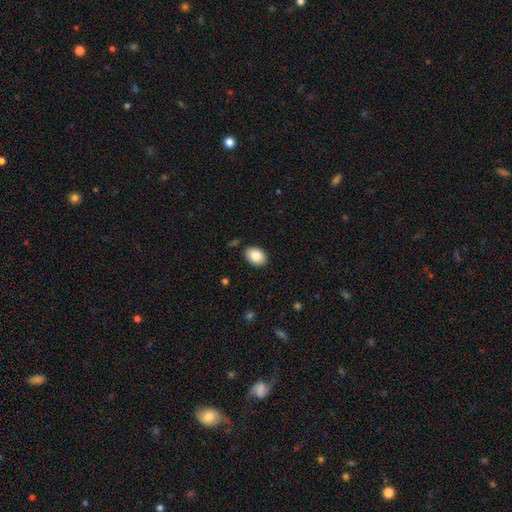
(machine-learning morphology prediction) Q: Smooth or featured?
A: smooth (86%); runner-up: star or artifact (7%)
Q: How rounded?
A: in between (76%); runner-up: round (23%)
Q: Merging?
A: none (88%); runner-up: minor disturbance (9%)